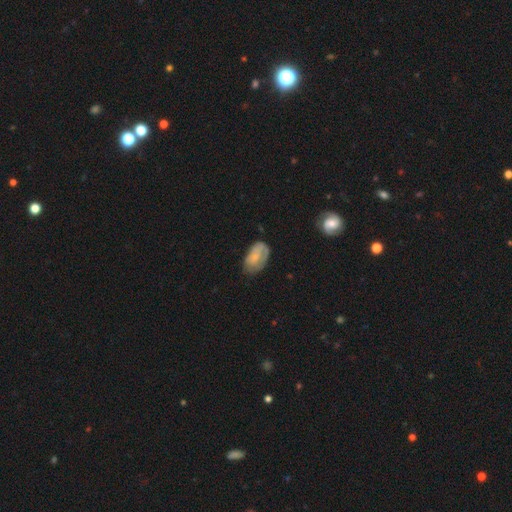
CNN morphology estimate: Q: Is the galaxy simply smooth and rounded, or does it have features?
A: smooth — 60%.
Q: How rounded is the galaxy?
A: in between — 92%.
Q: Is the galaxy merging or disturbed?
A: none — 54%.